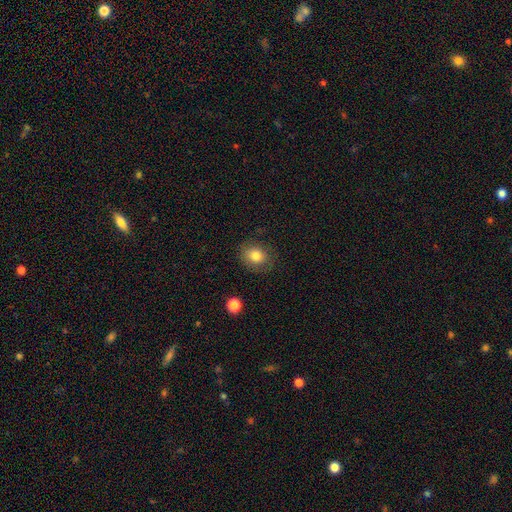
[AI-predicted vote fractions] A smooth galaxy with no disk features (80%) that is round (67%). Merging: none (82%).